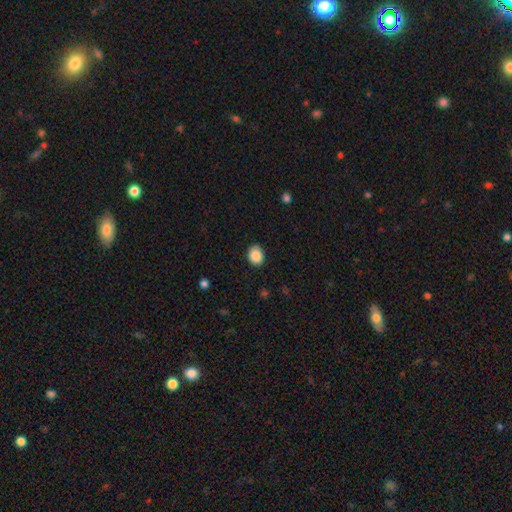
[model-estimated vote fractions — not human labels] smooth 88%, star or artifact 8%, featured or disk 3%. Down the decision tree: how rounded — round (52%); merging — none (84%).